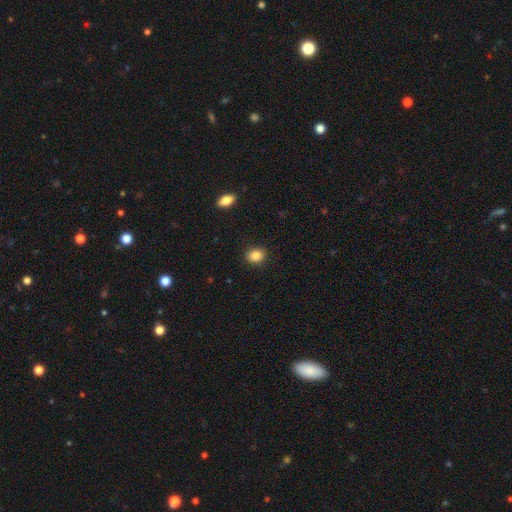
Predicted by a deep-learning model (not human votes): smooth-or-featured: smooth: 86% | star or artifact: 9% | featured or disk: 4%
  how-rounded: round: 56% | in between: 43% | cigar-shaped: 1%
  merging: none: 89% | minor disturbance: 7% | major disturbance: 2% | merger: 1%